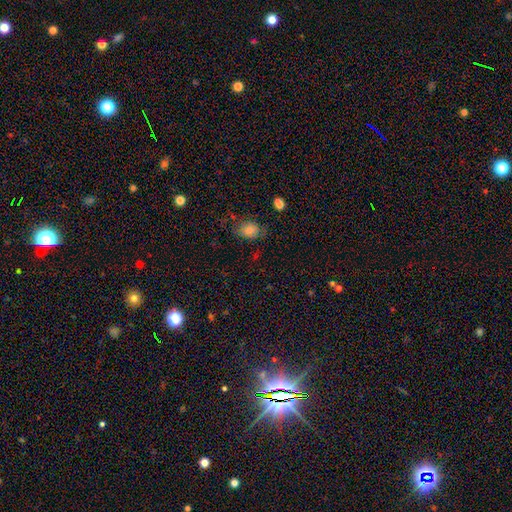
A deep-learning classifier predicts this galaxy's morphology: Smooth or featured? smooth (67%)
How rounded? in between (69%)
Merging? none (68%)